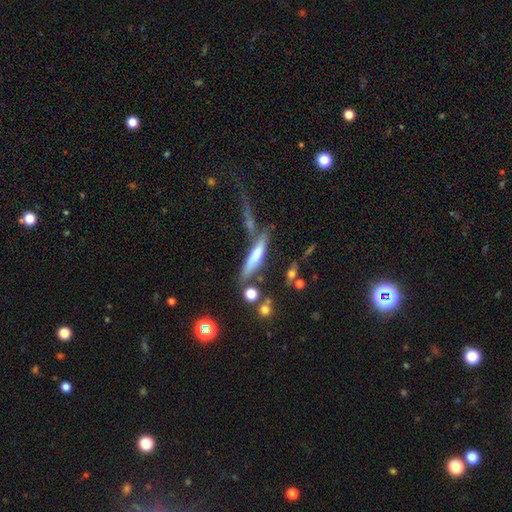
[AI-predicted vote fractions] Morphology: type=smooth (60%); roundness=cigar-shaped (77%); merging=none (46%).